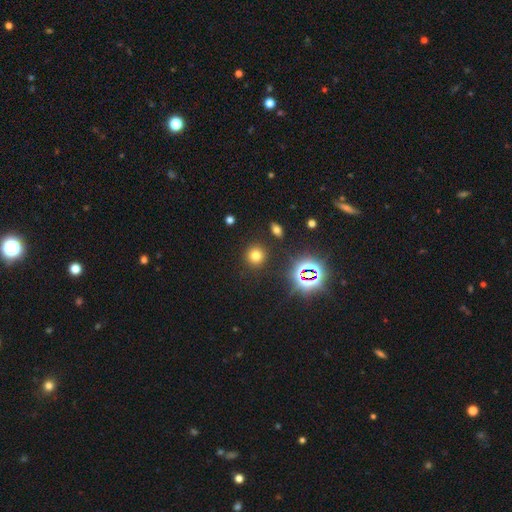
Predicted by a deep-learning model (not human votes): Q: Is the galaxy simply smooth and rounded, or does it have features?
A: smooth — 70%.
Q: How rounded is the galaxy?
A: round — 90%.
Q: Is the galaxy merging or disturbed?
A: none — 89%.